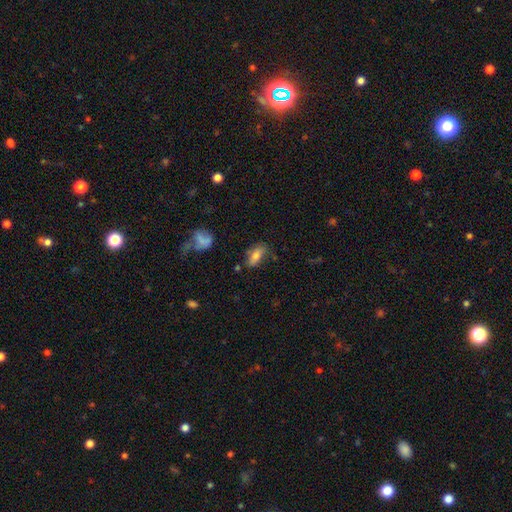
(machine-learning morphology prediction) This is likely a smooth galaxy (73%). How rounded: clearly in between (83%). Merging: likely none (68%).